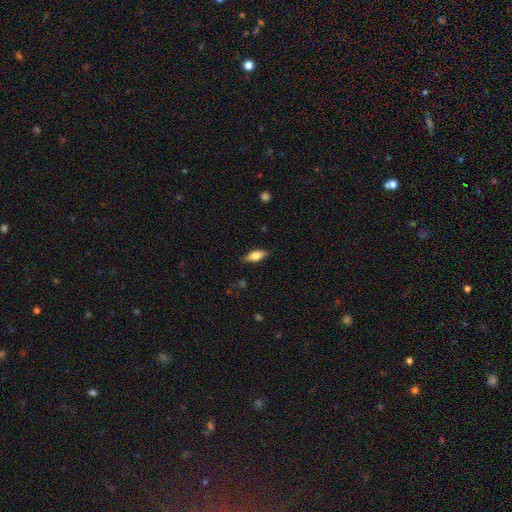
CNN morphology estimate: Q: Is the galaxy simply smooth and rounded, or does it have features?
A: smooth — 72%.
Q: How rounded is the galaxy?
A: in between — 76%.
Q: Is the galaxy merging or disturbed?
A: none — 85%.